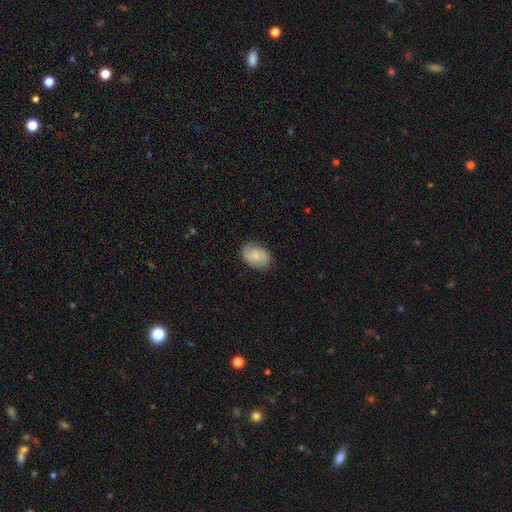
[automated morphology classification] Overall: smooth (60%; featured or disk 32%). How rounded: in between (83%). Merging: none (81%).